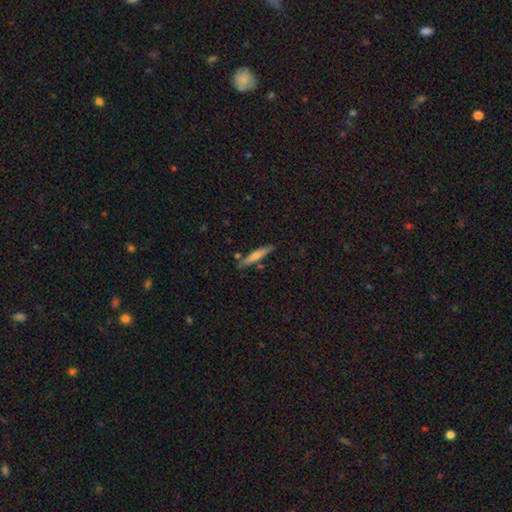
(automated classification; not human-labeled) Smooth or featured? Predicted: smooth (p=0.58). How rounded? Predicted: cigar-shaped (p=0.92). Merging? Predicted: none (p=0.83).